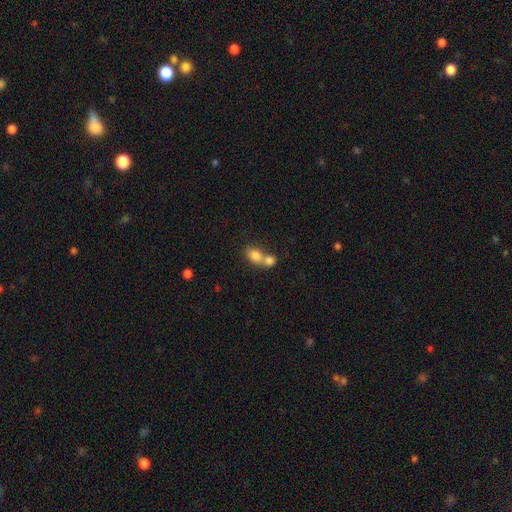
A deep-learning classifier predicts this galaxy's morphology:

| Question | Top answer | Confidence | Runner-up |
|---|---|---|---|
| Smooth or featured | smooth | 80% | featured or disk (11%) |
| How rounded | in between | 60% | round (38%) |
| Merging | merger | 66% | none (25%) |